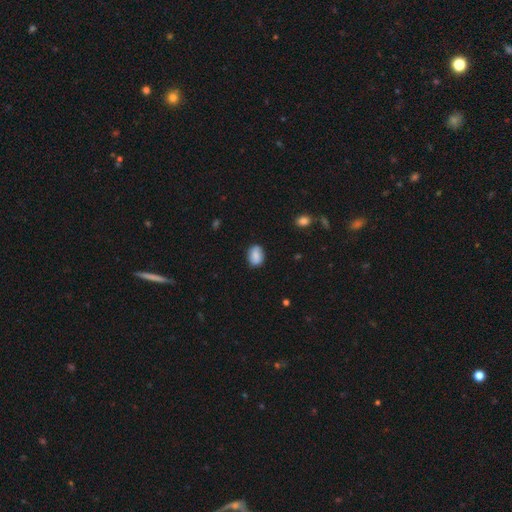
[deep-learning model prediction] Smooth or featured? smooth (82%)
How rounded? in between (70%)
Merging? none (80%)